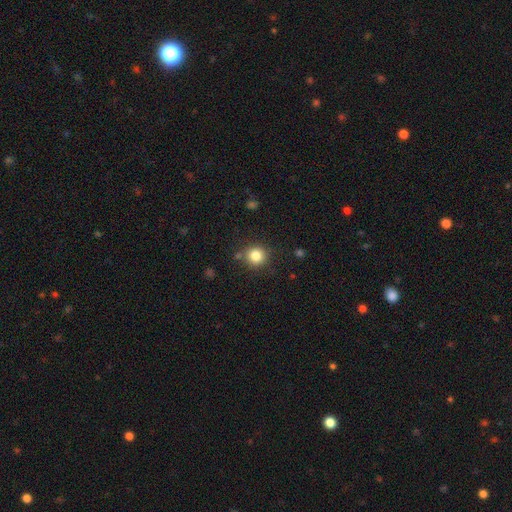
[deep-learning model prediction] A smooth galaxy with no disk features (82%) that is round (91%).

Vote fractions:
- Smooth or featured? smooth: 82% / star or artifact: 12% / featured or disk: 6%
- How rounded? round: 91% / in between: 8% / cigar-shaped: 1%
- Merging? none: 84% / minor disturbance: 9% / merger: 4% / major disturbance: 3%